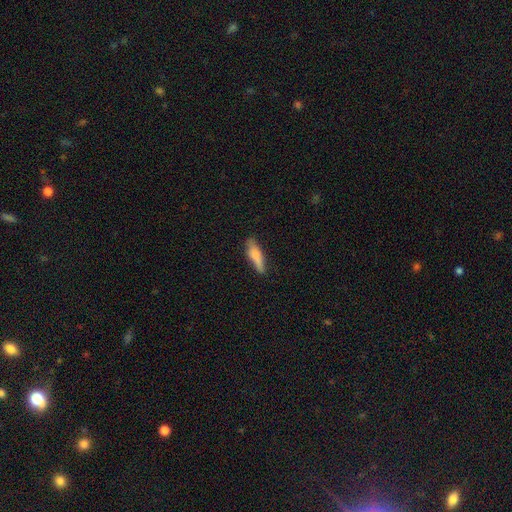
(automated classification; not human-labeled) Smooth or featured?
  - smooth: 76% *
  - featured or disk: 17%
  - star or artifact: 7%
How rounded?
  - cigar-shaped: 62% *
  - in between: 36%
  - round: 2%
Merging?
  - none: 69% *
  - minor disturbance: 24%
  - major disturbance: 5%
  - merger: 2%